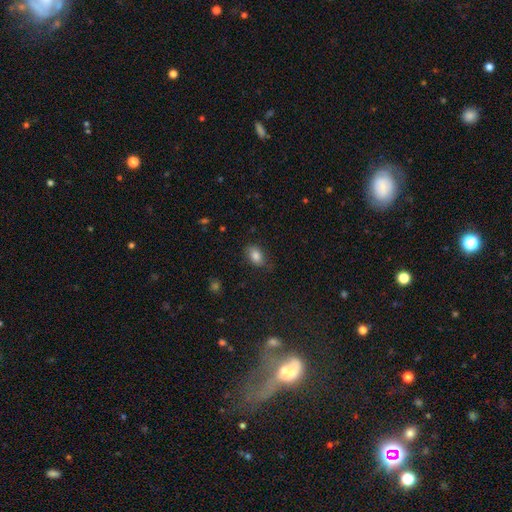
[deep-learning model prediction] Overall: smooth (82%). How rounded: in between (87%). Merging: none (75%).